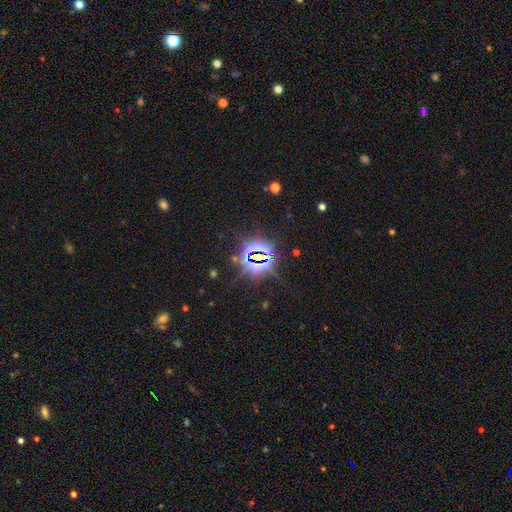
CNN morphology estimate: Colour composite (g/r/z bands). It shows a star or artifact, not a galaxy (82%).